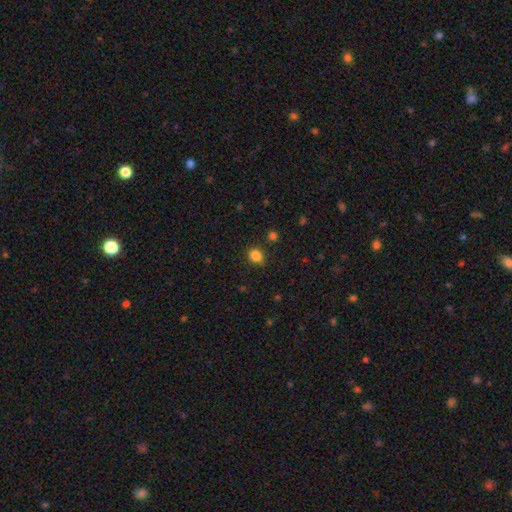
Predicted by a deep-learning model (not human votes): This appears to be a smooth galaxy with no disk features (85%) that is in between round and cigar-shaped (51%). Merging: none (83%).